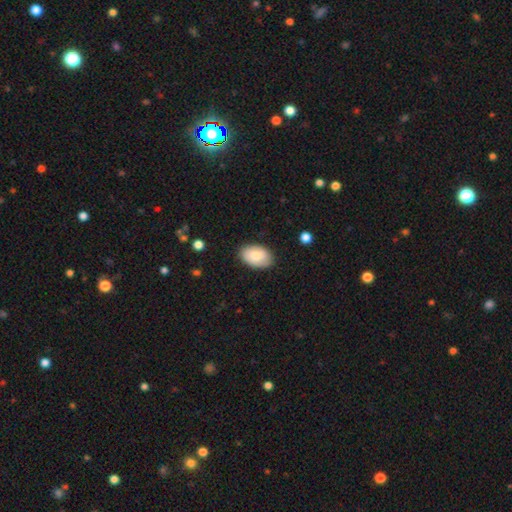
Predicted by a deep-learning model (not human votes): smooth 80%, featured or disk 14%, star or artifact 6%. Down the decision tree: how rounded — in between (90%); merging — none (84%).